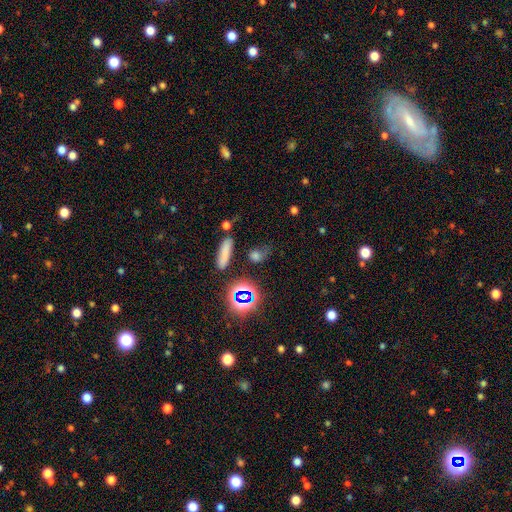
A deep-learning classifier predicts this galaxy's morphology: Smooth or featured: smooth — 61% (star or artifact — 28%)
How rounded: in between — 45% (round — 38%)
Merging: none — 65% (minor disturbance — 19%)